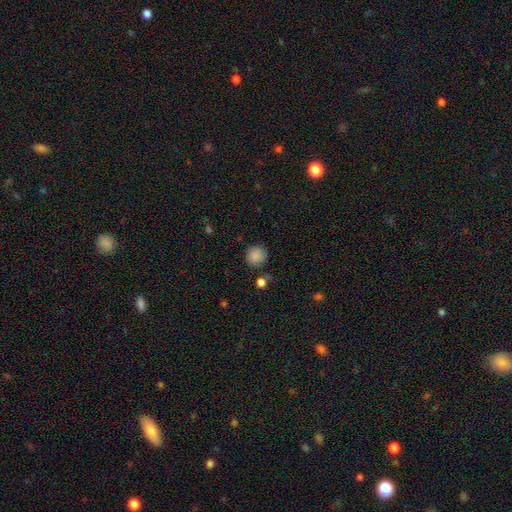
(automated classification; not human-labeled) Smooth or featured? smooth (86%)
How rounded? round (90%)
Merging? none (81%)